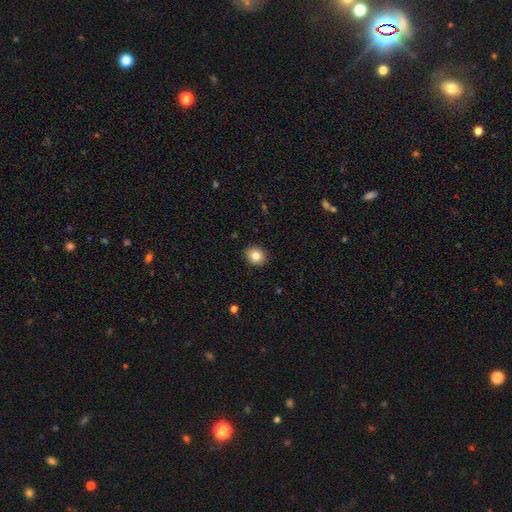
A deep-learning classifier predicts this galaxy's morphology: A smooth galaxy with no disk features (84%) that is round (72%).

Vote fractions:
- Smooth or featured? smooth: 84% / star or artifact: 10% / featured or disk: 7%
- How rounded? round: 72% / in between: 27% / cigar-shaped: 1%
- Merging? none: 91% / minor disturbance: 6% / major disturbance: 2% / merger: 1%